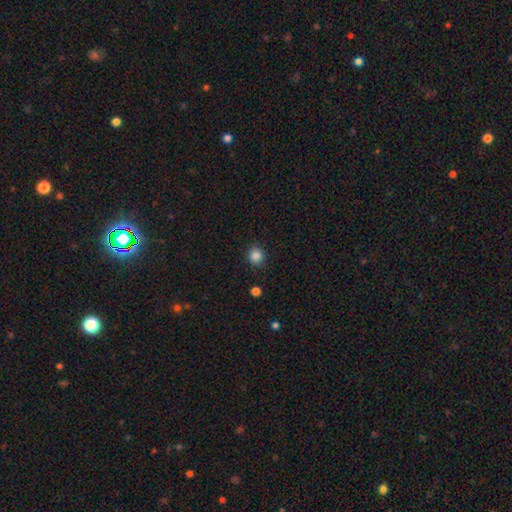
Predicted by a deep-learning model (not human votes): smooth_or_featured: smooth (p=0.86) [alt: star or artifact p=0.11]
how_rounded: round (p=0.90) [alt: in between p=0.09]
merging: none (p=0.87) [alt: minor disturbance p=0.09]